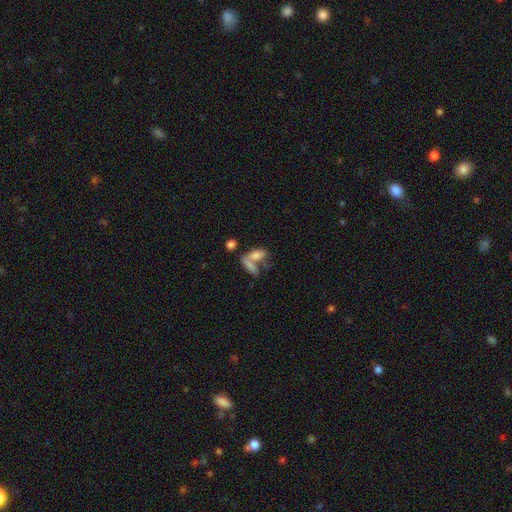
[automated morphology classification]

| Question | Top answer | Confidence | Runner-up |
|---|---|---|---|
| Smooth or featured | smooth | 71% | featured or disk (19%) |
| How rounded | in between | 79% | cigar-shaped (14%) |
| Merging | merger | 52% | none (28%) |